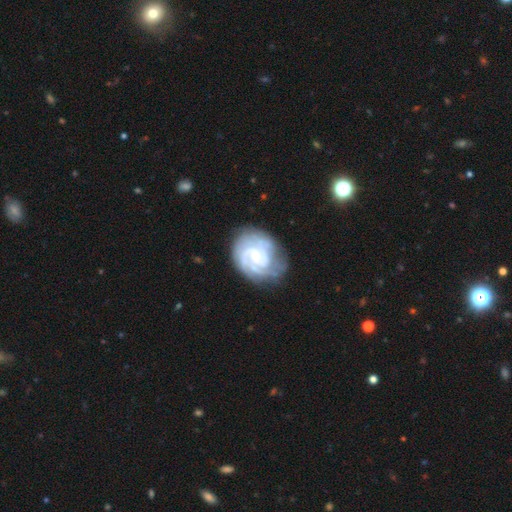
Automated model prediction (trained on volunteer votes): Smooth or featured?
  - featured or disk: 86% *
  - smooth: 9%
  - star or artifact: 5%
Edge-on disk?
  - no: 98% *
  - yes: 2%
Bar?
  - no: 67% *
  - weak: 29%
  - strong: 5%
Spiral arms?
  - yes: 96% *
  - no: 4%
Spiral winding?
  - tight: 69% *
  - medium: 26%
  - loose: 5%
Spiral arm count?
  - 2: 29% *
  - can't tell: 28%
  - 3: 24%
  - 4: 9%
  - 1: 5%
  - more than 4: 5%
Bulge size?
  - small: 64% *
  - moderate: 31%
  - none: 2%
  - large: 2%
  - dominant: 1%
Merging?
  - none: 71% *
  - minor disturbance: 19%
  - major disturbance: 8%
  - merger: 2%